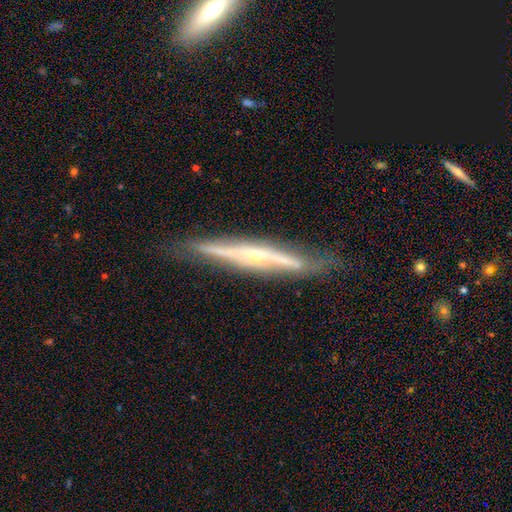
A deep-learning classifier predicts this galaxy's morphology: Smooth or featured: featured or disk — 81% (smooth — 14%)
Edge-on disk: yes — 88% (no — 12%)
Edge-on bulge: rounded — 73% (none — 22%)
Merging: none — 76% (minor disturbance — 18%)